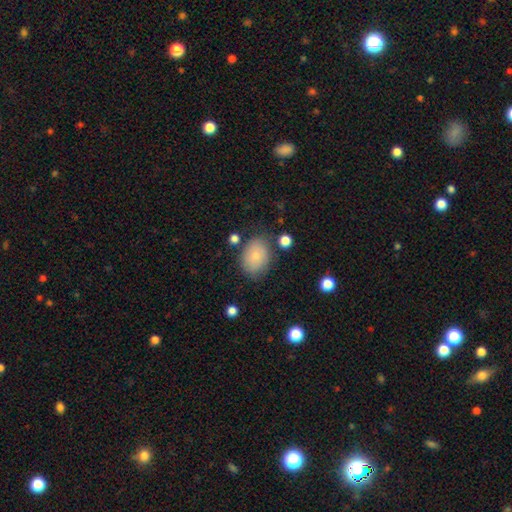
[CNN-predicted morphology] A smooth galaxy with no disk features (80%) that is in between round and cigar-shaped (70%). Merging: none (75%).